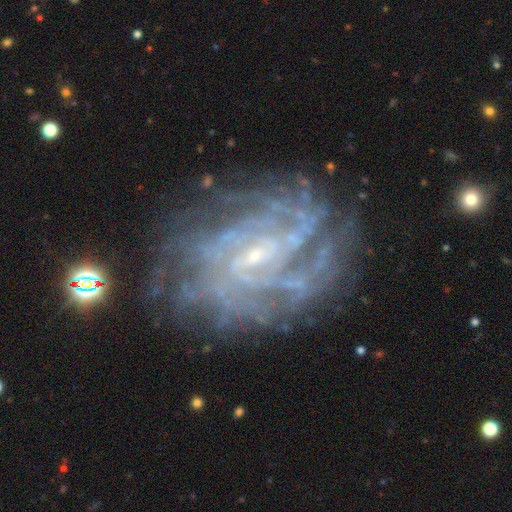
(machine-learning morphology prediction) This is clearly a featured or disk galaxy (88%). It is clearly not viewed edge-on (97%). Bar: possibly weak (51%). Spiral arm pattern: clearly yes (95%). Spiral arm count: marginally can't tell (33%). Spiral winding: likely tight (67%). Central bulge: likely small (79%). Merging: likely none (74%).